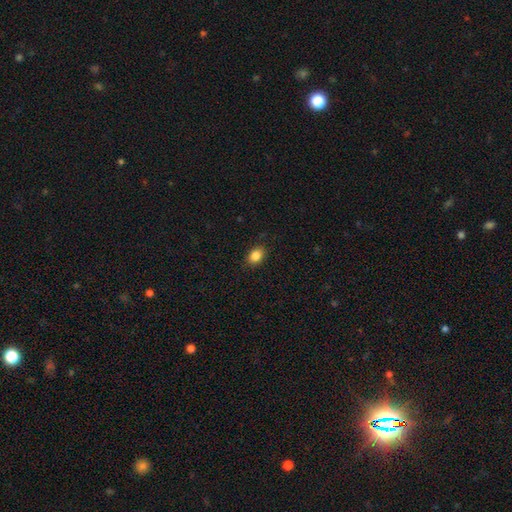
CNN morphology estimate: Smooth or featured? smooth (85%)
How rounded? in between (66%)
Merging? none (88%)